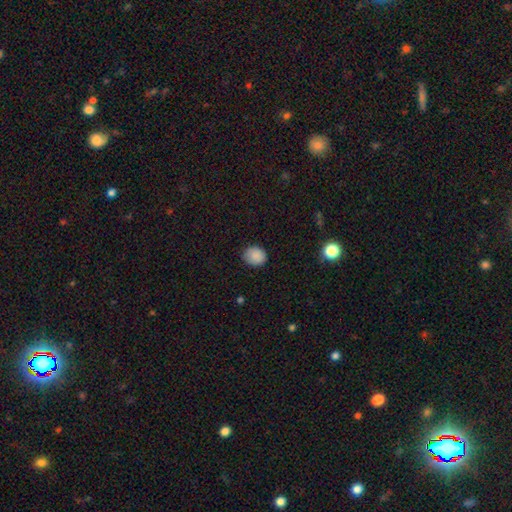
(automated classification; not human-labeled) Overall: smooth (87%). How rounded: round (69%; in between 31%). Merging: none (85%).